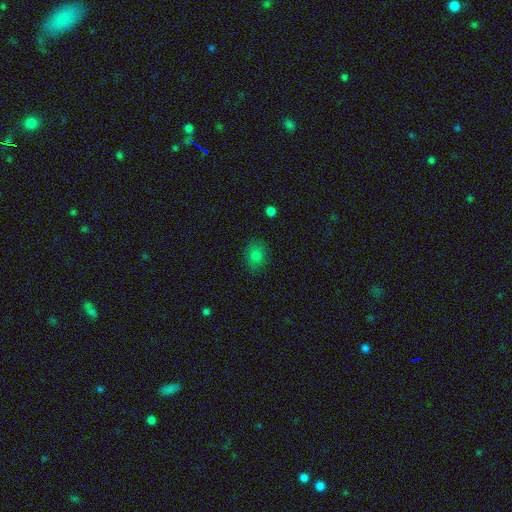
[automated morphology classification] type=smooth (80%); roundness=round (50%); merging=none (82%).